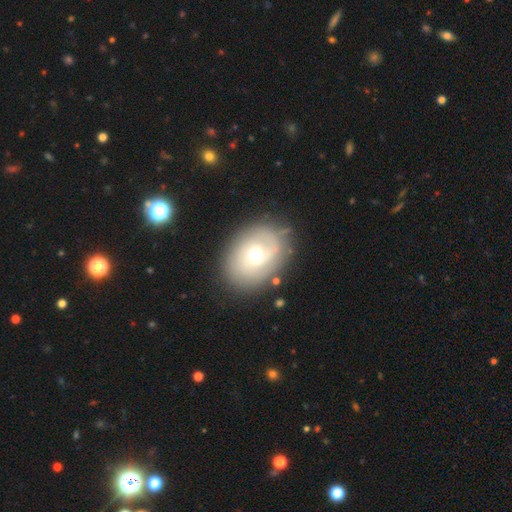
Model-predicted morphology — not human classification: type=featured or disk (49%); merging=none (74%).